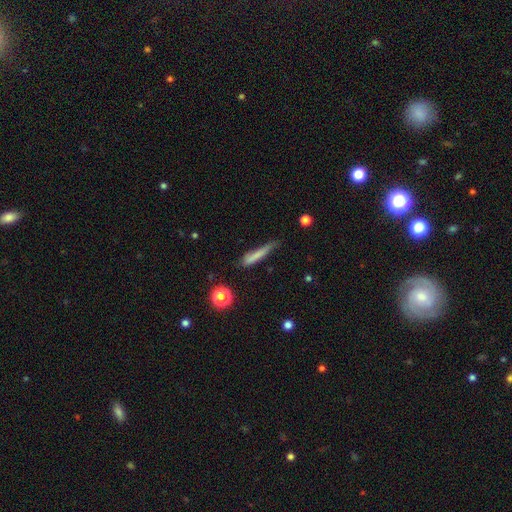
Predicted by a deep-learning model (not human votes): Overall: smooth (71%). How rounded: cigar-shaped (91%). Merging: none (55%; minor disturbance 31%).